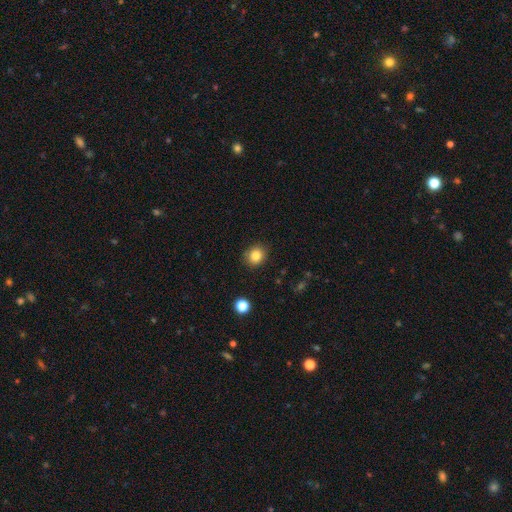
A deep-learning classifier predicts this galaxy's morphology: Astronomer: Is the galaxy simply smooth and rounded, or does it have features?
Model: smooth — 84%.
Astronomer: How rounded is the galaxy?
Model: round — 75%.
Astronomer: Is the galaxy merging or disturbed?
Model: none — 87%.